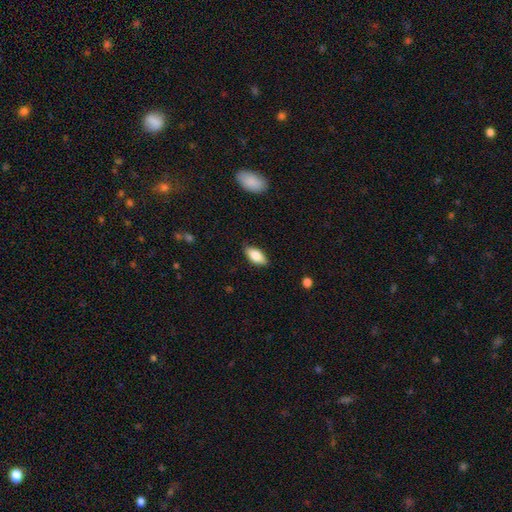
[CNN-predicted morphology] The model was most divided on "smooth or featured": smooth: 81%, featured or disk: 12%, star or artifact: 7%. More confident: how rounded — in between (89%); merging — none (87%).